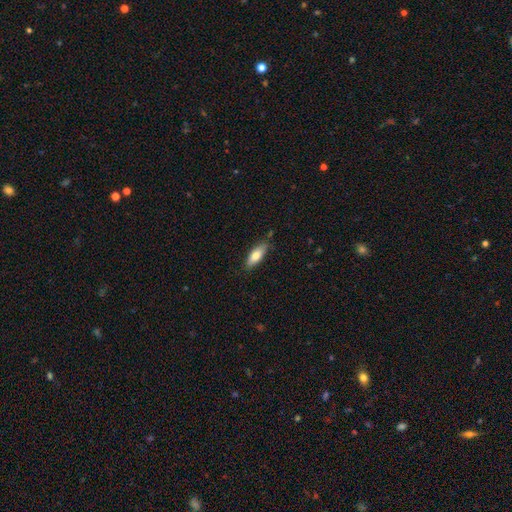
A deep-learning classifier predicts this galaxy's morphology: A smooth galaxy with no disk features (76%) that is in between round and cigar-shaped (69%).

Vote fractions:
- Smooth or featured? smooth: 76% / featured or disk: 18% / star or artifact: 6%
- How rounded? in between: 69% / cigar-shaped: 29% / round: 2%
- Merging? none: 79% / minor disturbance: 16% / major disturbance: 3% / merger: 2%